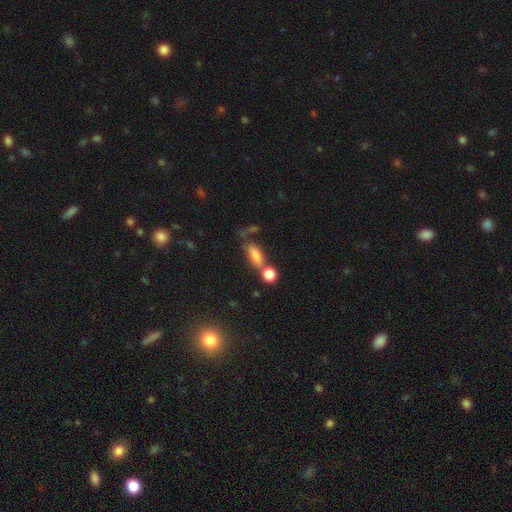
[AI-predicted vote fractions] smooth 77%, featured or disk 12%, star or artifact 11%. Down the decision tree: how rounded — in between (69%); merging — none (42%).